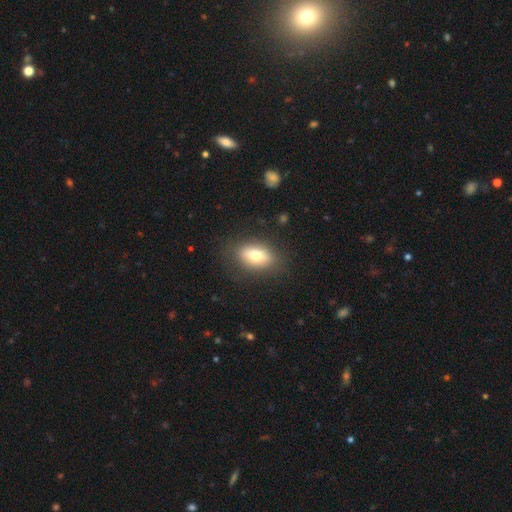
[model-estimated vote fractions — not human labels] Smooth or featured? Predicted: smooth (p=0.71). How rounded? Predicted: in between (p=0.83). Merging? Predicted: none (p=0.81).